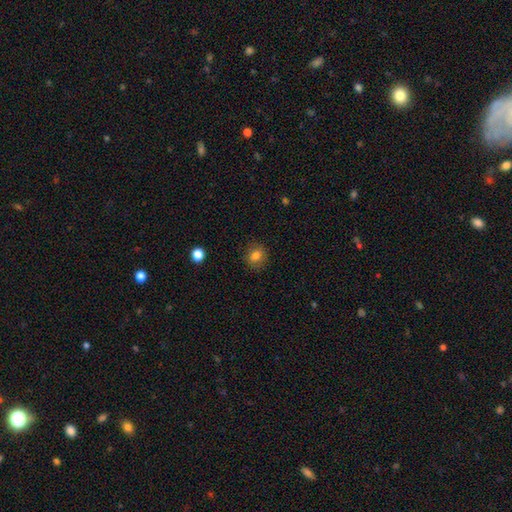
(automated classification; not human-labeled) This is likely a smooth galaxy (80%). How rounded: likely round (70%). Merging: clearly none (86%).